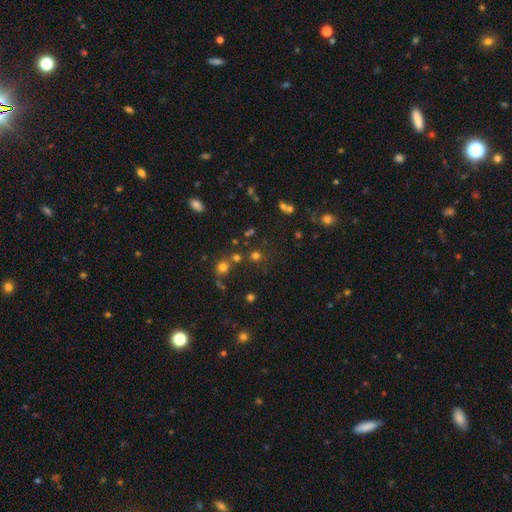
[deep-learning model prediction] smooth 63%, star or artifact 29%, featured or disk 8%. Down the decision tree: how rounded — round (90%); merging — none (72%).